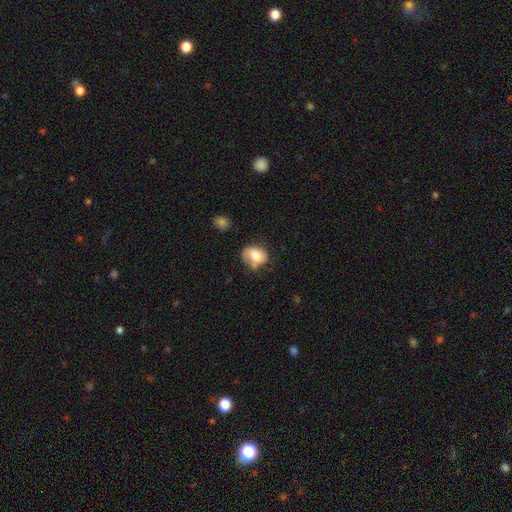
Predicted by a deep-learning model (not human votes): This appears to be a smooth galaxy with no disk features (75%) that is in between round and cigar-shaped (59%). Merging: none (45%).